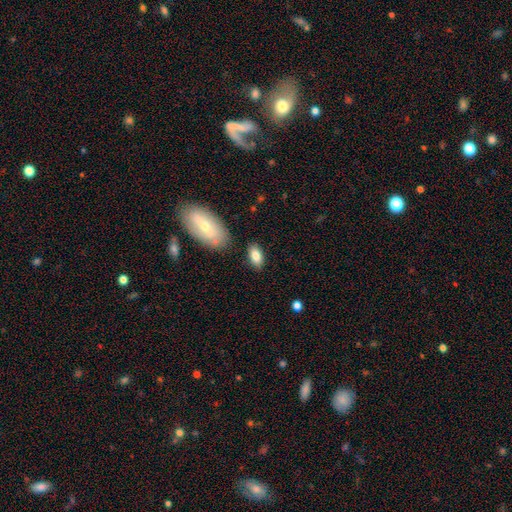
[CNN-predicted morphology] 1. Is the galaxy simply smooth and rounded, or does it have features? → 82% smooth, 11% featured or disk, 7% star or artifact.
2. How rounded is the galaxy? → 90% in between, 6% cigar-shaped, 4% round.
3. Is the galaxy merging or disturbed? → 82% none, 11% minor disturbance, 3% merger, 3% major disturbance.